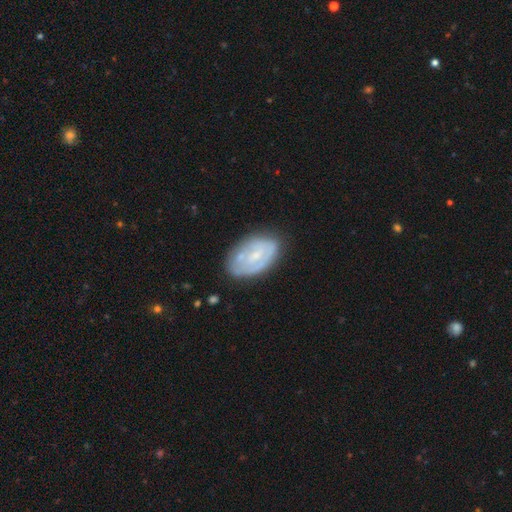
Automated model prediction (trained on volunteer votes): smooth-or-featured: featured or disk: 58% | smooth: 35% | star or artifact: 7%
  disk-edge-on: no: 95% | yes: 5%
    bar: no: 53% | weak: 36% | strong: 10%
    has-spiral-arms: yes: 51% | no: 49%
    bulge-size: small: 56% | moderate: 28% | none: 14% | large: 2% | dominant: 1%
  merging: none: 68% | minor disturbance: 22% | major disturbance: 7% | merger: 3%